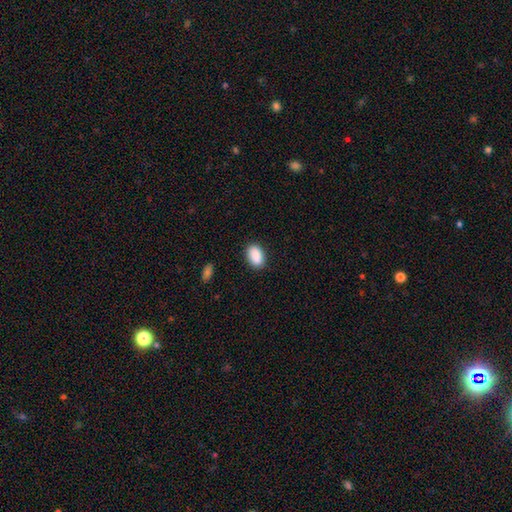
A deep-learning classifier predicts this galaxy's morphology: smooth_or_featured: smooth (p=0.89) [alt: star or artifact p=0.07]
how_rounded: in between (p=0.89) [alt: round p=0.10]
merging: none (p=0.86) [alt: minor disturbance p=0.10]